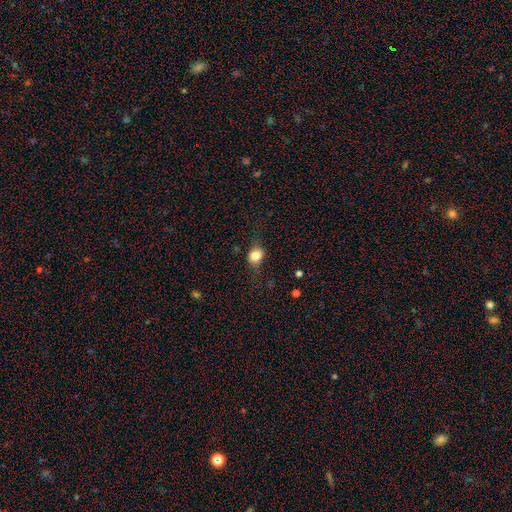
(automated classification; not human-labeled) A smooth galaxy with no disk features (76%) that is round (57%).

Vote fractions:
- Smooth or featured? smooth: 76% / featured or disk: 14% / star or artifact: 11%
- How rounded? round: 57% / in between: 42% / cigar-shaped: 2%
- Merging? none: 70% / minor disturbance: 21% / major disturbance: 8% / merger: 1%